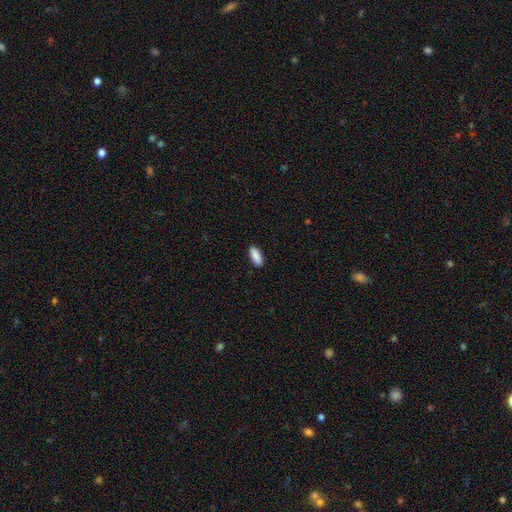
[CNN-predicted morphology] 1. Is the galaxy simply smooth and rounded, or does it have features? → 90% smooth, 6% star or artifact, 4% featured or disk.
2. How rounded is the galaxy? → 77% in between, 22% cigar-shaped, 2% round.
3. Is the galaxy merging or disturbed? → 89% none, 8% minor disturbance, 2% major disturbance, 1% merger.